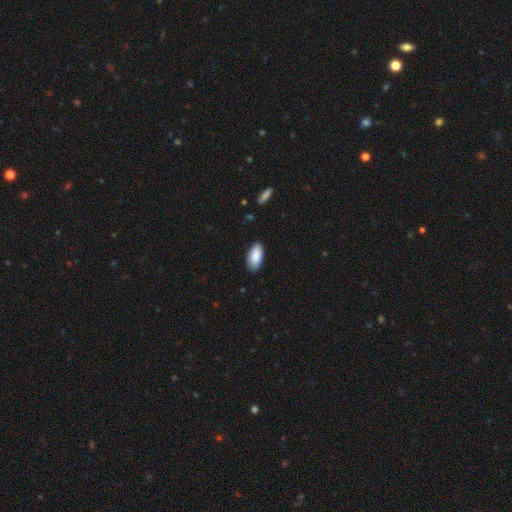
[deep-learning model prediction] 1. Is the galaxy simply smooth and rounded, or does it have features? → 88% smooth, 6% star or artifact, 6% featured or disk.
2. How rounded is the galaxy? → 94% in between, 4% cigar-shaped, 2% round.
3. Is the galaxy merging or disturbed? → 84% none, 13% minor disturbance, 2% major disturbance, 1% merger.